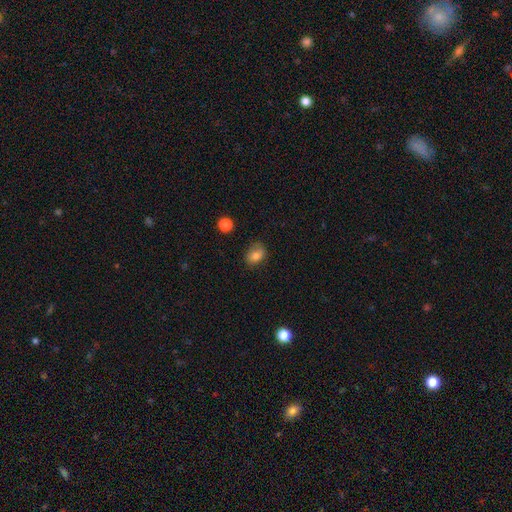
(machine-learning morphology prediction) type=smooth (78%); roundness=in between (67%); merging=none (64%).